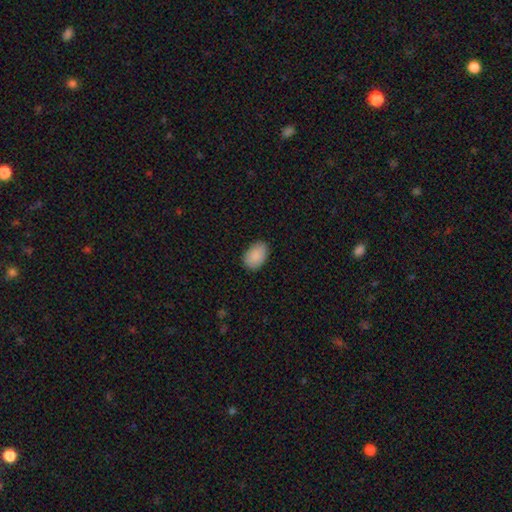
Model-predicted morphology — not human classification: smooth_or_featured: smooth (p=0.90) [alt: star or artifact p=0.06]
how_rounded: in between (p=0.88) [alt: round p=0.11]
merging: none (p=0.86) [alt: minor disturbance p=0.11]